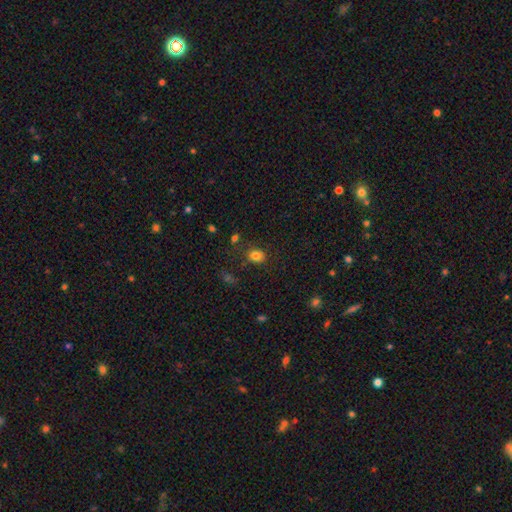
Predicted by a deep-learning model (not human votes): Q: Smooth or featured?
A: smooth (81%); runner-up: star or artifact (12%)
Q: How rounded?
A: round (51%); runner-up: in between (48%)
Q: Merging?
A: none (79%); runner-up: minor disturbance (13%)